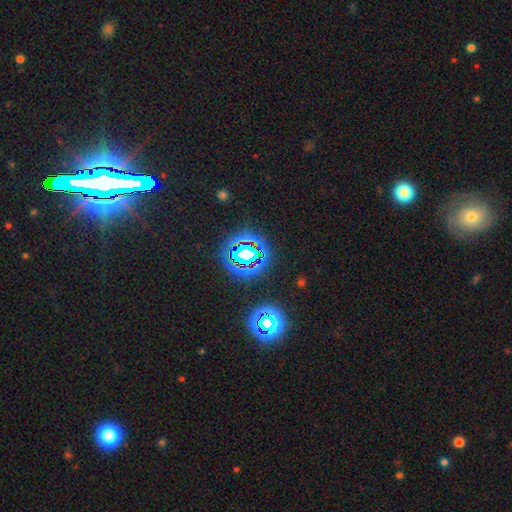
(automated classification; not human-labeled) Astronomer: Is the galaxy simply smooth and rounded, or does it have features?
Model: star or artifact — 78%.